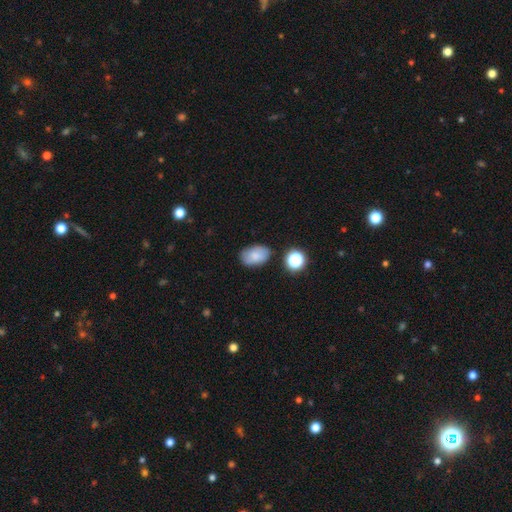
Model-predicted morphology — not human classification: smooth_or_featured: smooth (p=0.80) [alt: featured or disk p=0.10]
how_rounded: in between (p=0.88) [alt: round p=0.11]
merging: none (p=0.77) [alt: minor disturbance p=0.16]